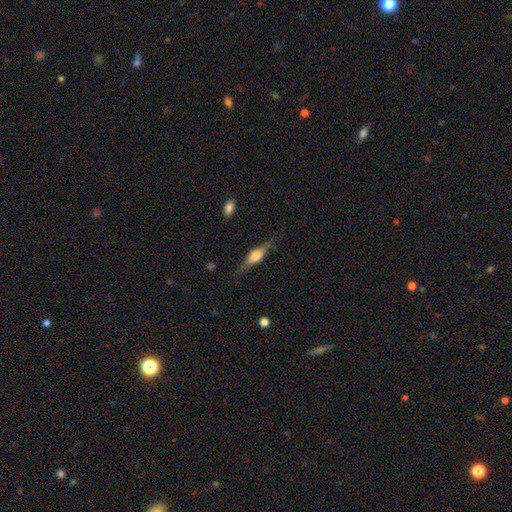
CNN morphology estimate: Smooth or featured? Predicted: featured or disk (p=0.62). Edge-on disk? Predicted: yes (p=0.96). Edge-on bulge? Predicted: rounded (p=0.84). Merging? Predicted: none (p=0.80).